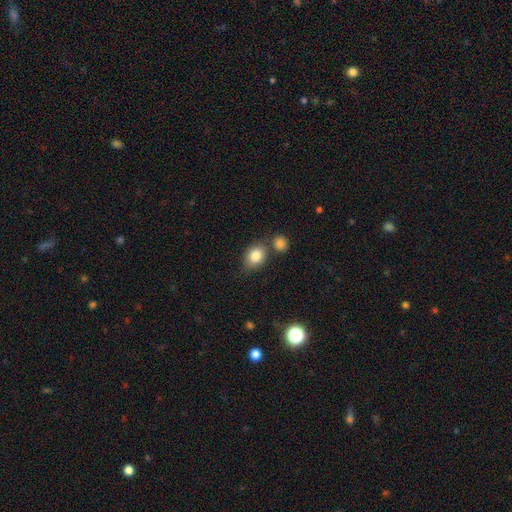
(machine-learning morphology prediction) smooth-or-featured: smooth: 82% | star or artifact: 9% | featured or disk: 9%
  how-rounded: in between: 64% | round: 34% | cigar-shaped: 1%
  merging: none: 65% | merger: 18% | minor disturbance: 14% | major disturbance: 4%